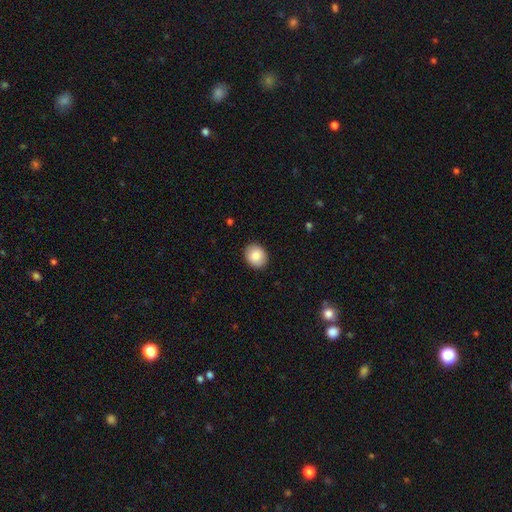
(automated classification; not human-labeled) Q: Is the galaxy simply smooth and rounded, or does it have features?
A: smooth — 86%.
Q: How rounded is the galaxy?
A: round — 55%.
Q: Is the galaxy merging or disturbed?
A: none — 90%.